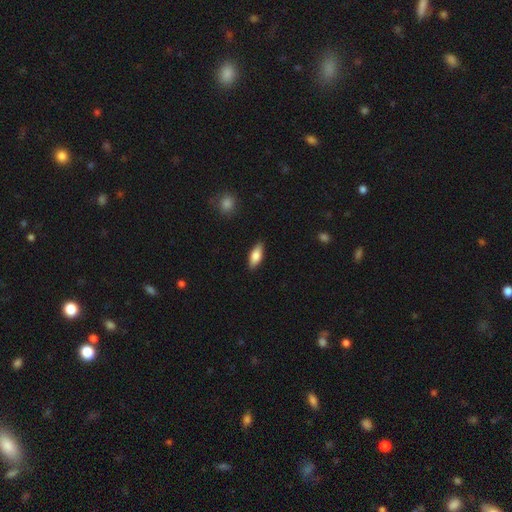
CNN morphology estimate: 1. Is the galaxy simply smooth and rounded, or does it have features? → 78% smooth, 16% featured or disk, 6% star or artifact.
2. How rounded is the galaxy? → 79% in between, 19% cigar-shaped, 3% round.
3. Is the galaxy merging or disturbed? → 88% none, 9% minor disturbance, 2% major disturbance, 1% merger.